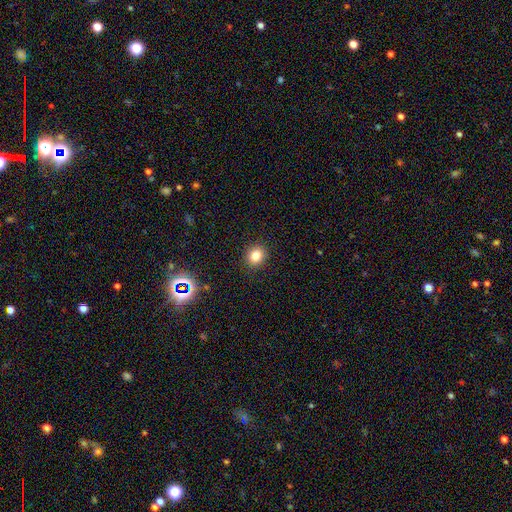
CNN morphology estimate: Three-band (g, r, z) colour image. It shows a smooth galaxy with no disk features (81%) that is round (73%). Merging: none (91%).